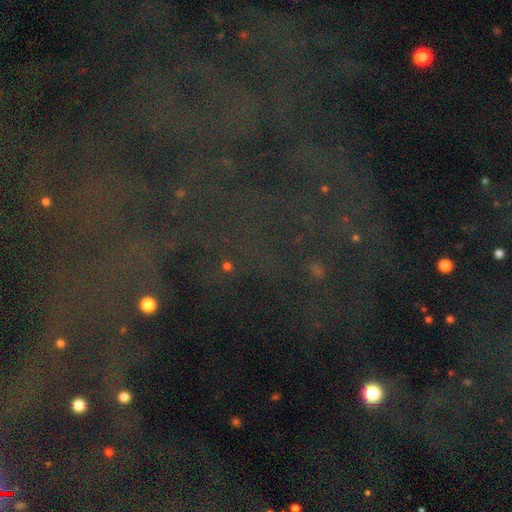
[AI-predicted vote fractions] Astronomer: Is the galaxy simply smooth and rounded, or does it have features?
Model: star or artifact — 81%.